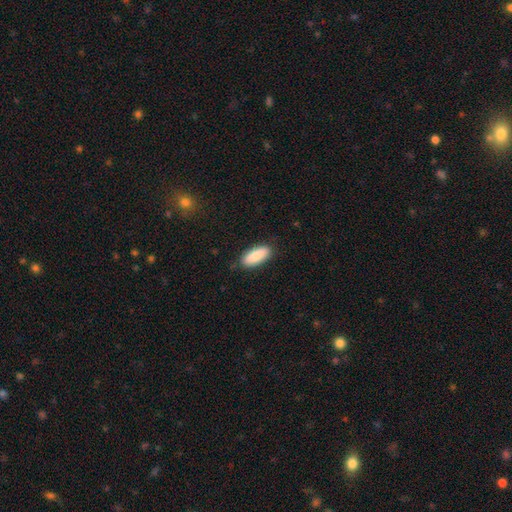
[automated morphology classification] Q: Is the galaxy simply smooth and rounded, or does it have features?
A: smooth — 89%.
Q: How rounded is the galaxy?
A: in between — 80%.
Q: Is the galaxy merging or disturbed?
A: none — 85%.